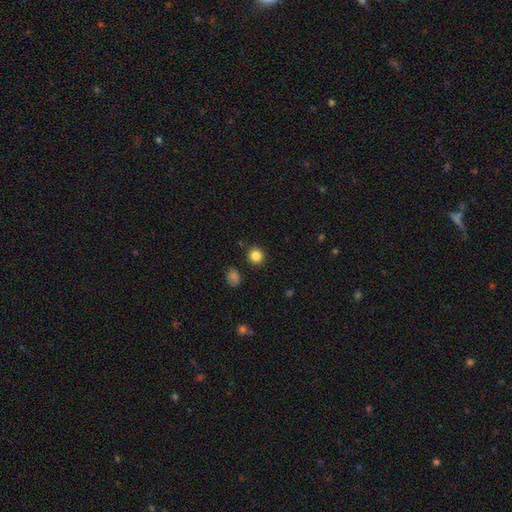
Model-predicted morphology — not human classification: Q: Smooth or featured?
A: smooth (85%); runner-up: star or artifact (12%)
Q: How rounded?
A: round (92%); runner-up: in between (7%)
Q: Merging?
A: none (90%); runner-up: minor disturbance (6%)